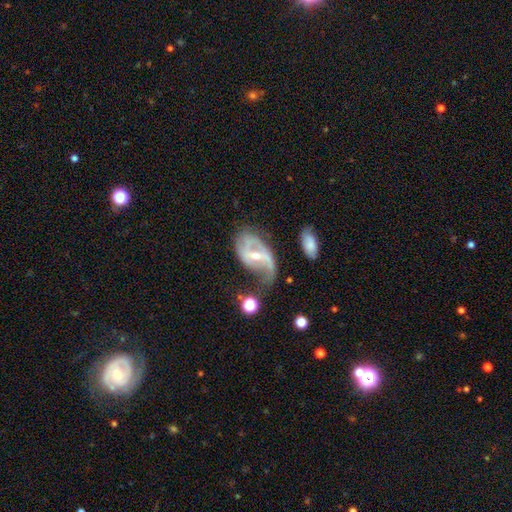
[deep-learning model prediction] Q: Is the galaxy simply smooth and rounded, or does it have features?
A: featured or disk — 83%.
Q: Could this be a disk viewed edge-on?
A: no — 95%.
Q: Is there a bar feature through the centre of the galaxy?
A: weak — 40%.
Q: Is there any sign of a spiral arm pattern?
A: yes — 90%.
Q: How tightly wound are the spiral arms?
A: loose — 47%.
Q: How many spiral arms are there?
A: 2 — 70%.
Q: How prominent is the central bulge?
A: small — 52%.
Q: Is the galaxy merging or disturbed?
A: none — 41%.